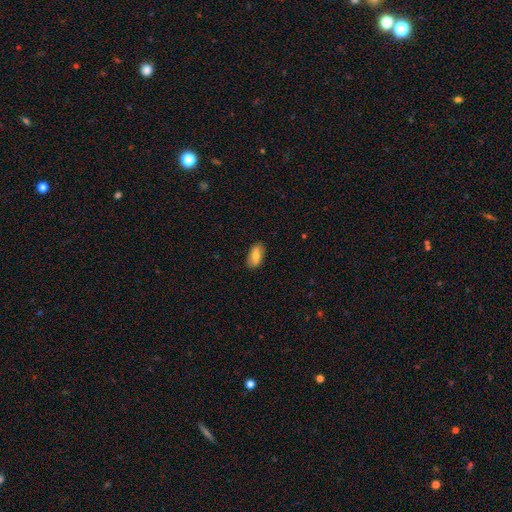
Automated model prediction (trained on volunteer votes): Smooth or featured?
  - smooth: 76% *
  - featured or disk: 17%
  - star or artifact: 7%
How rounded?
  - in between: 89% *
  - cigar-shaped: 7%
  - round: 3%
Merging?
  - none: 87% *
  - minor disturbance: 10%
  - major disturbance: 2%
  - merger: 1%